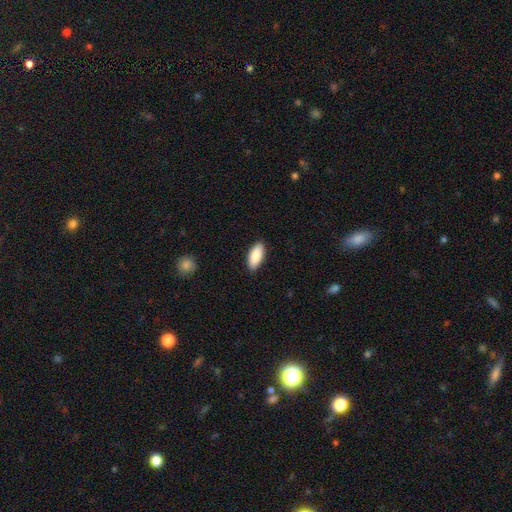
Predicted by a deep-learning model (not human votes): This is clearly a smooth galaxy (89%). How rounded: clearly in between (88%). Merging: clearly none (89%).